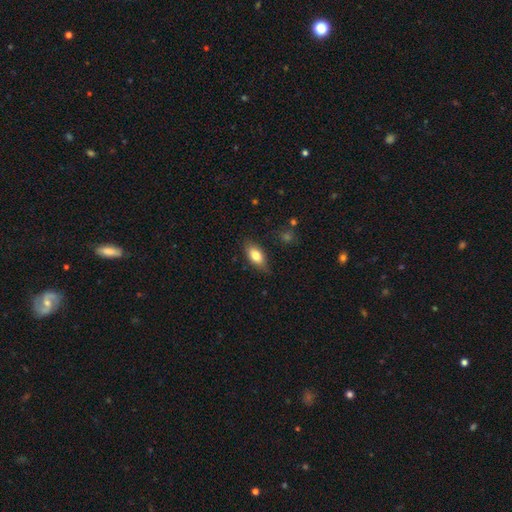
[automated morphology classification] smooth 79%, featured or disk 14%, star or artifact 7%. Down the decision tree: how rounded — in between (87%); merging — none (77%).